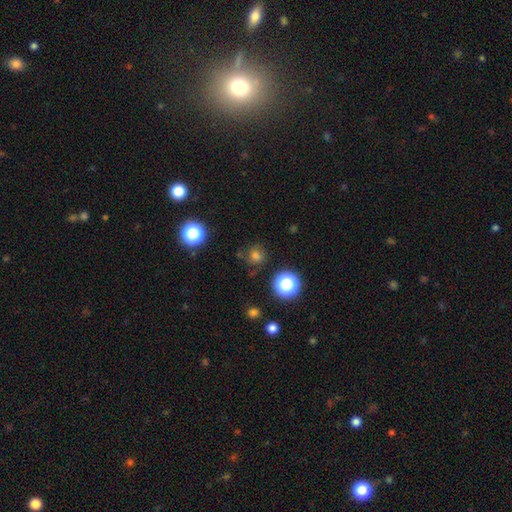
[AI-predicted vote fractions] This is likely a smooth galaxy (69%). How rounded: clearly round (85%). Merging: likely none (76%).